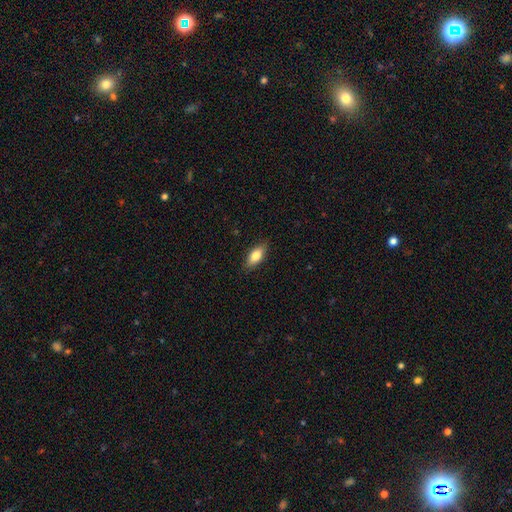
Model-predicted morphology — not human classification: Smooth or featured? Predicted: smooth (p=0.80). How rounded? Predicted: in between (p=0.82). Merging? Predicted: none (p=0.87).